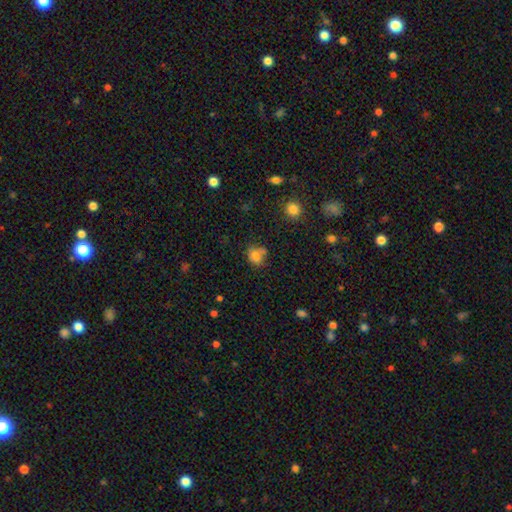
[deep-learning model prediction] Smooth or featured? smooth (78%)
How rounded? round (56%)
Merging? none (55%)